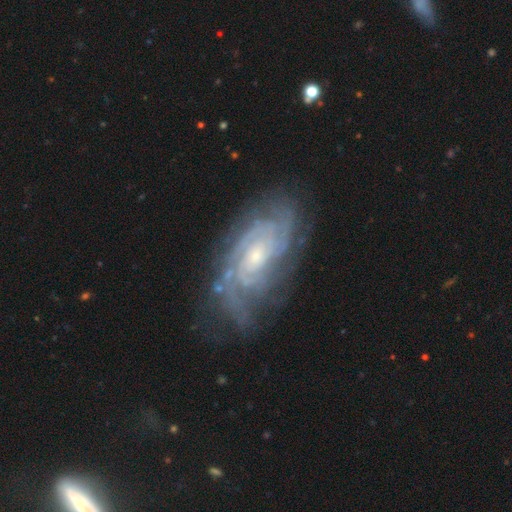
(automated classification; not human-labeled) Q: Smooth or featured?
A: featured or disk (88%); runner-up: smooth (7%)
Q: Edge-on disk?
A: no (95%); runner-up: yes (5%)
Q: Bar?
A: no (66%); runner-up: weak (28%)
Q: Spiral arms?
A: yes (97%); runner-up: no (3%)
Q: Spiral winding?
A: tight (73%); runner-up: medium (23%)
Q: Spiral arm count?
A: can't tell (33%); runner-up: 4 (18%)
Q: Bulge size?
A: small (58%); runner-up: moderate (37%)
Q: Merging?
A: none (74%); runner-up: minor disturbance (18%)